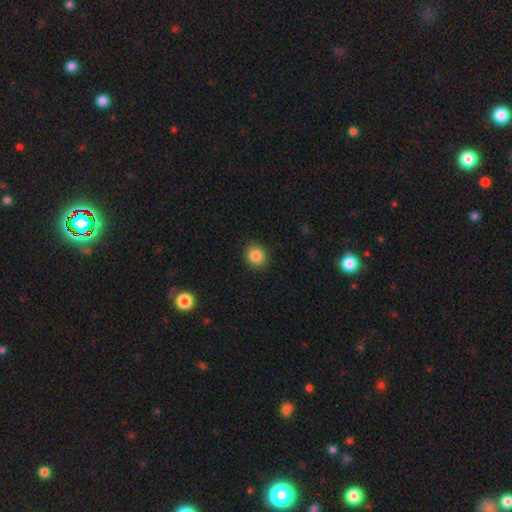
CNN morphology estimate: smooth 86%, star or artifact 10%, featured or disk 4%. Down the decision tree: how rounded — round (74%); merging — none (88%).